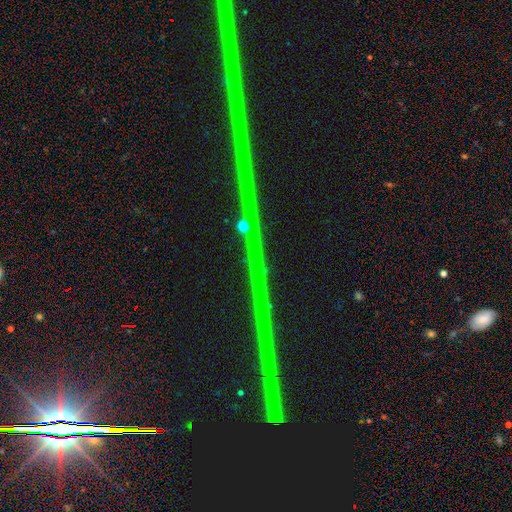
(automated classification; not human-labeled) smooth-or-featured: star or artifact: 89% | featured or disk: 7% | smooth: 4%